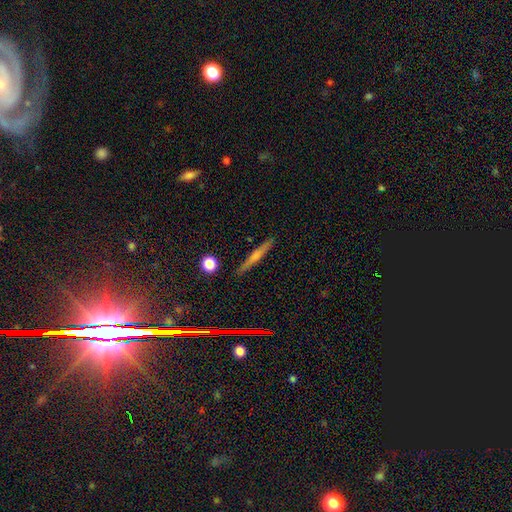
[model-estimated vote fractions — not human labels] A featured or disk galaxy (51%) viewed edge-on (96%). Merging: none (89%).